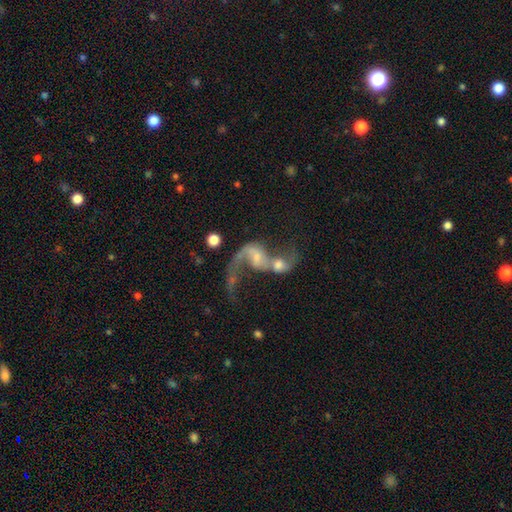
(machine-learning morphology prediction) type=featured or disk (71%); edge-on=no (96%); bar=no (50%); spiral arms=yes (80%); winding=loose (84%); arm count=2 (61%); bulge=small (35%); merging=merger (70%).